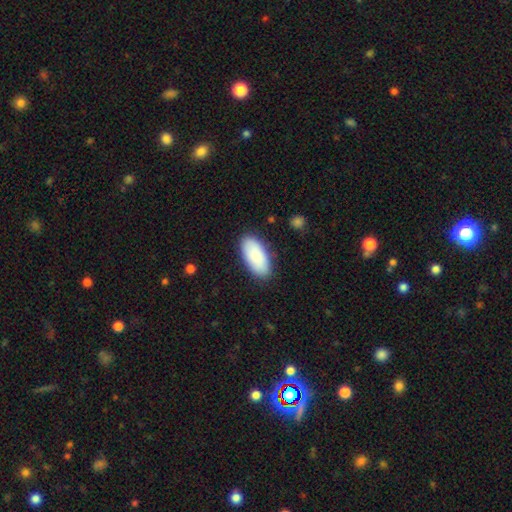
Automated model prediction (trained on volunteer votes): This appears to be a smooth galaxy with no disk features (87%) that is in between round and cigar-shaped (93%). Merging: none (85%).